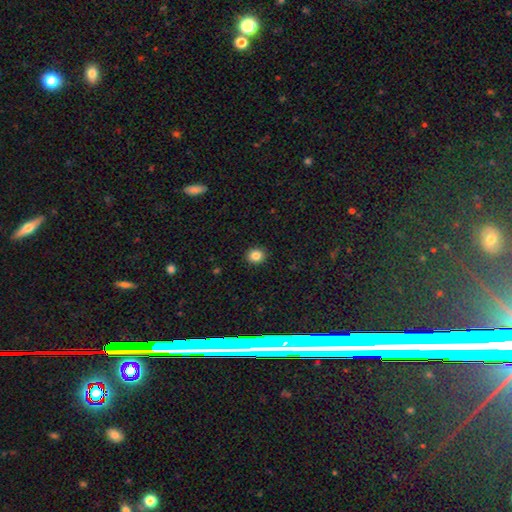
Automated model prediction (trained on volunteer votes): Morphology: type=smooth (85%); roundness=round (73%); merging=none (92%).